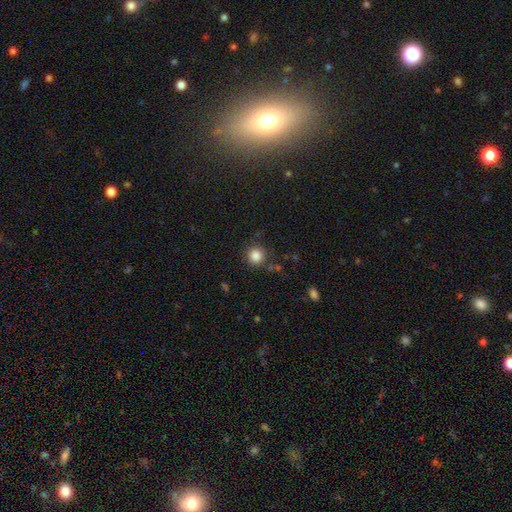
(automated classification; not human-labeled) Smooth or featured? Predicted: smooth (p=0.85). How rounded? Predicted: round (p=0.93). Merging? Predicted: none (p=0.85).